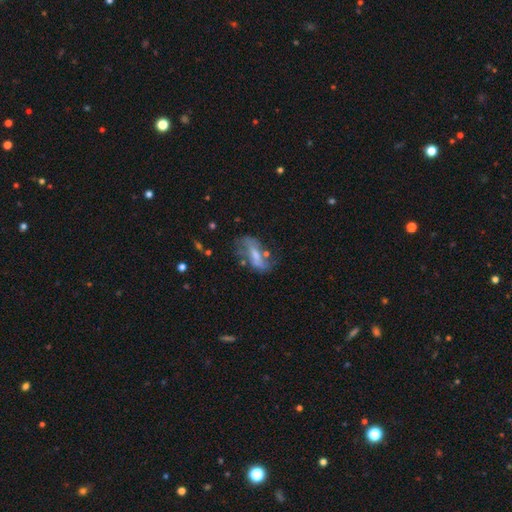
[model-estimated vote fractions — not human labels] Smooth or featured? featured or disk (58%)
Edge-on disk? no (87%)
Bar? weak (37%)
Spiral arms? yes (62%)
Bulge size? moderate (39%)
Merging? none (43%)